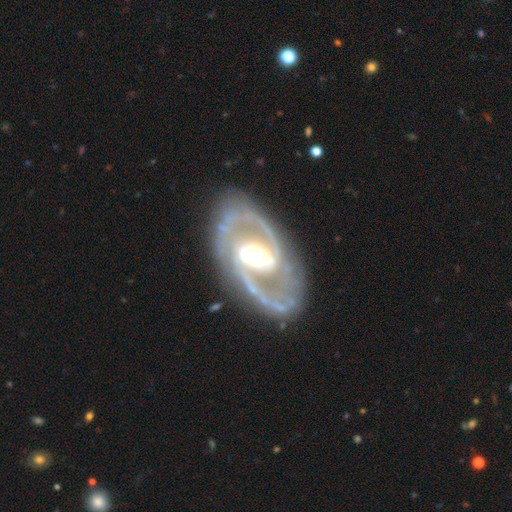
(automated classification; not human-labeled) Smooth or featured? featured or disk (91%)
Edge-on disk? no (96%)
Bar? strong (42%)
Spiral arms? yes (95%)
Spiral winding? medium (54%)
Spiral arm count? 2 (89%)
Bulge size? moderate (66%)
Merging? none (78%)